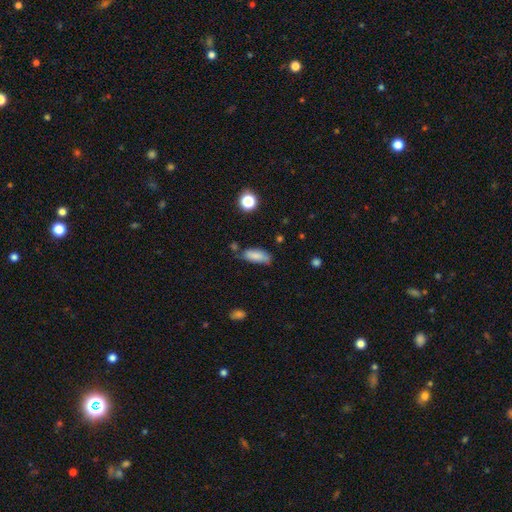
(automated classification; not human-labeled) The model was most divided on "merging": none: 59%, minor disturbance: 29%, major disturbance: 7%, merger: 5%. More confident: smooth or featured — smooth (83%); how rounded — in between (77%).